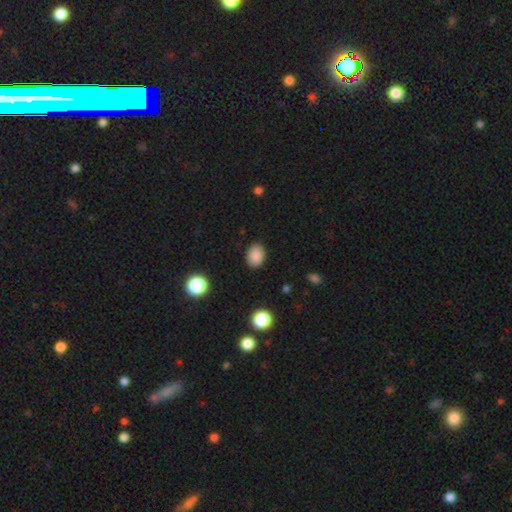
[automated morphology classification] Smooth or featured? Predicted: smooth (p=0.87). How rounded? Predicted: in between (p=0.68). Merging? Predicted: none (p=0.87).